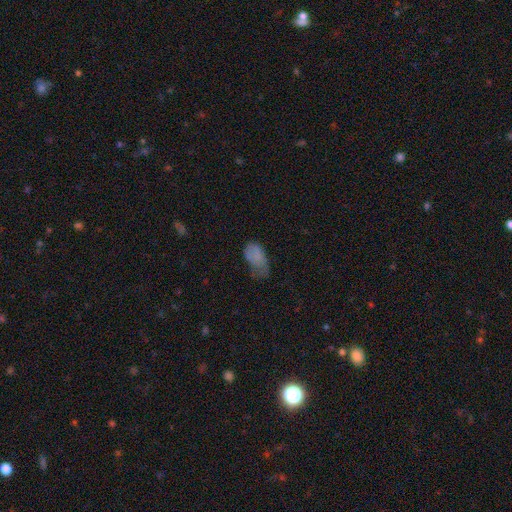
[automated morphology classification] Smooth or featured: smooth — 73% (featured or disk — 16%)
How rounded: in between — 93% (round — 4%)
Merging: minor disturbance — 38% (major disturbance — 32%)